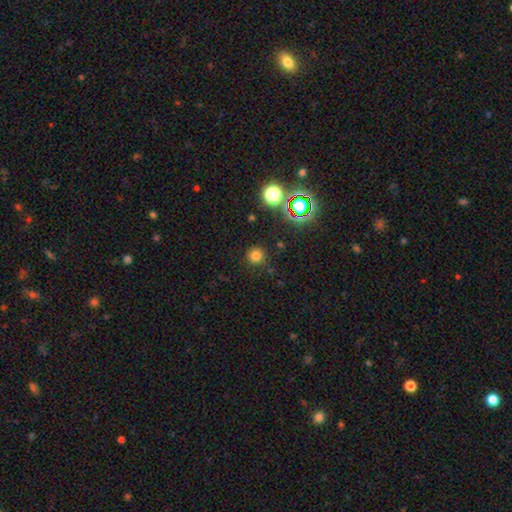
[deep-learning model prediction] Overall: smooth (75%). How rounded: round (94%). Merging: none (88%).